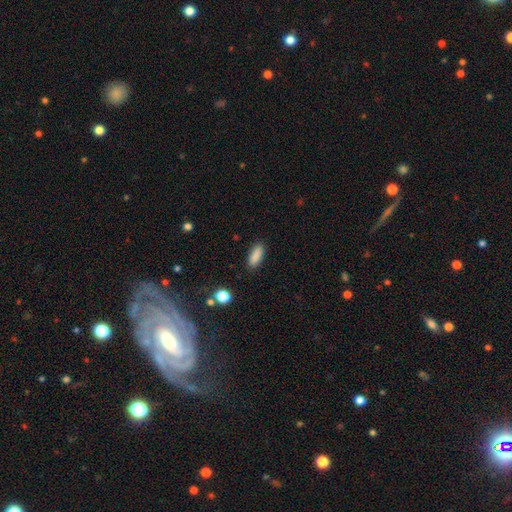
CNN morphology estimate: This is clearly a smooth galaxy (88%). How rounded: likely in between (73%). Merging: clearly none (88%).